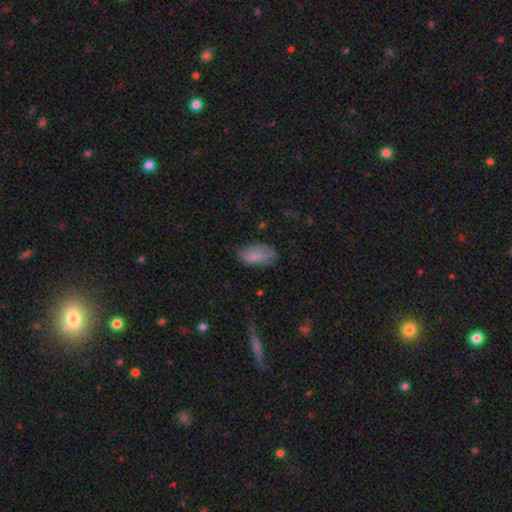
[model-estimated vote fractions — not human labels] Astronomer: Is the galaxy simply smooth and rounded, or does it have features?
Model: smooth — 79%.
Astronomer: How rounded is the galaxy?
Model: in between — 93%.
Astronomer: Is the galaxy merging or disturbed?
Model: none — 64%.